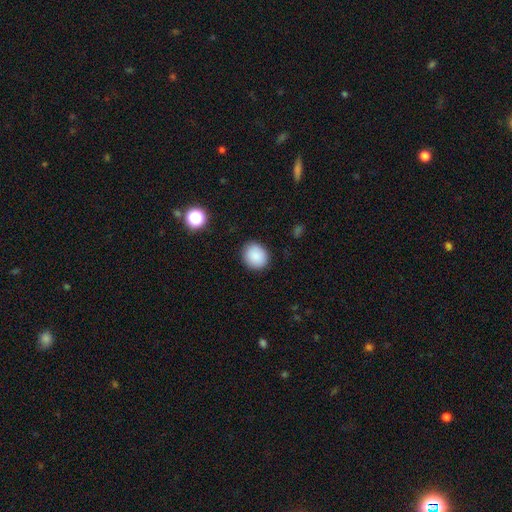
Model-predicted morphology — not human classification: A smooth galaxy with no disk features (88%) that is round (77%).

Vote fractions:
- Smooth or featured? smooth: 88% / star or artifact: 8% / featured or disk: 4%
- How rounded? round: 77% / in between: 22% / cigar-shaped: 1%
- Merging? none: 89% / minor disturbance: 8% / major disturbance: 2% / merger: 1%